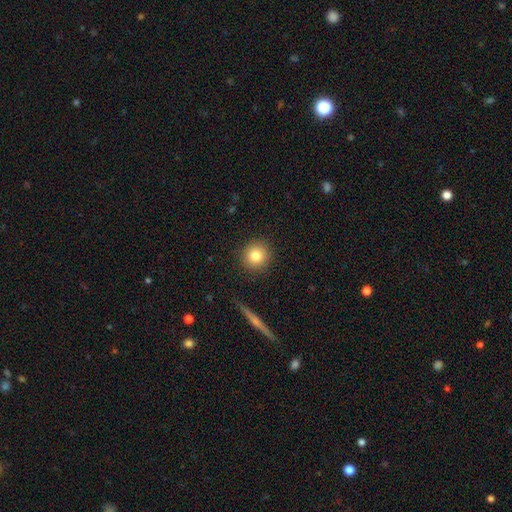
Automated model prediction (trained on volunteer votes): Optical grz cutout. It shows a smooth galaxy with no disk features (81%) that is round (93%). Merging: none (90%).